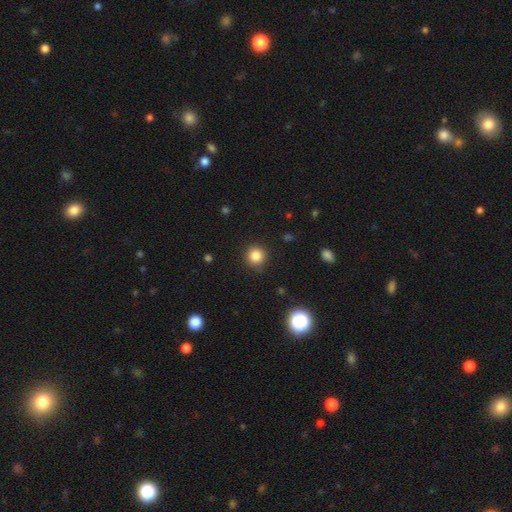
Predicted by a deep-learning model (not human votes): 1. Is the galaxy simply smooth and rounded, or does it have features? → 83% smooth, 12% star or artifact, 5% featured or disk.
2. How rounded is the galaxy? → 94% round, 5% in between, 1% cigar-shaped.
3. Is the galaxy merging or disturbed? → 89% none, 7% minor disturbance, 2% major disturbance, 1% merger.